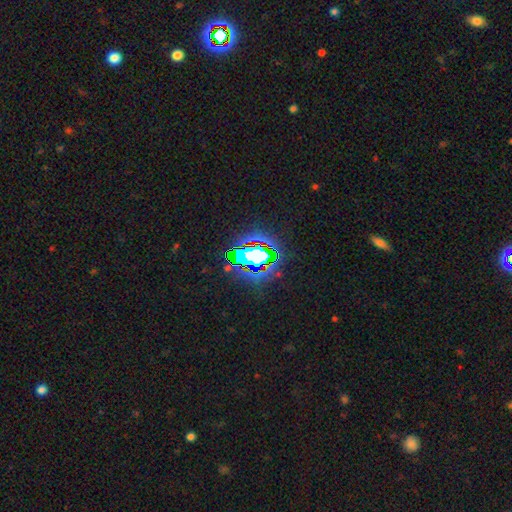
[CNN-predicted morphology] type=star or artifact (64%).